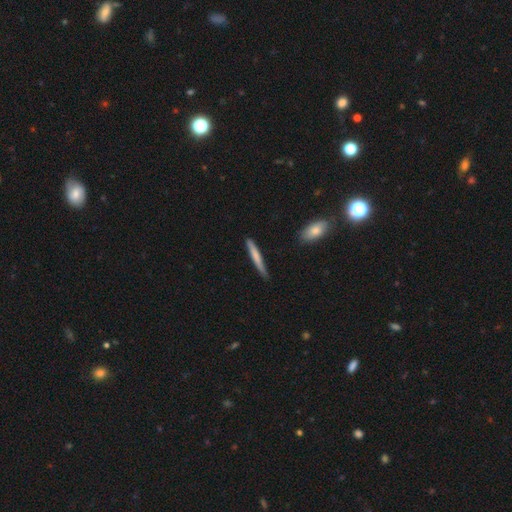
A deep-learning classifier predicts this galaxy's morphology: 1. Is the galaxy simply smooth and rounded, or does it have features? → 69% smooth, 26% featured or disk, 5% star or artifact.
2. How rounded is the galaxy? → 95% cigar-shaped, 3% in between, 1% round.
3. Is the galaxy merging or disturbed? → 79% none, 16% minor disturbance, 2% major disturbance, 2% merger.